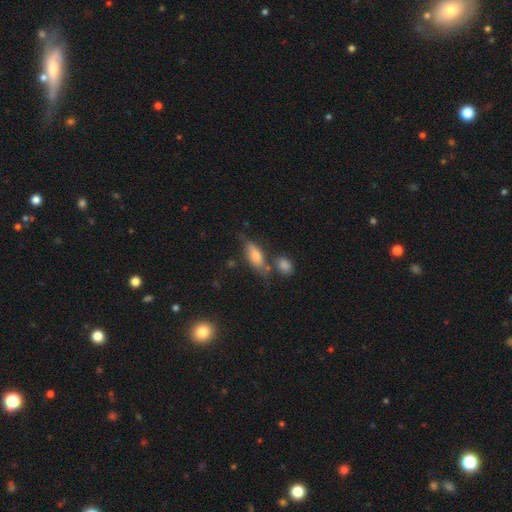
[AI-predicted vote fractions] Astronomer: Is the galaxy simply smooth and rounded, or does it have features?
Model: smooth — 65%.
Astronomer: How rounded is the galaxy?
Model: in between — 67%.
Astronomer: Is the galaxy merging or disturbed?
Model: none — 57%.